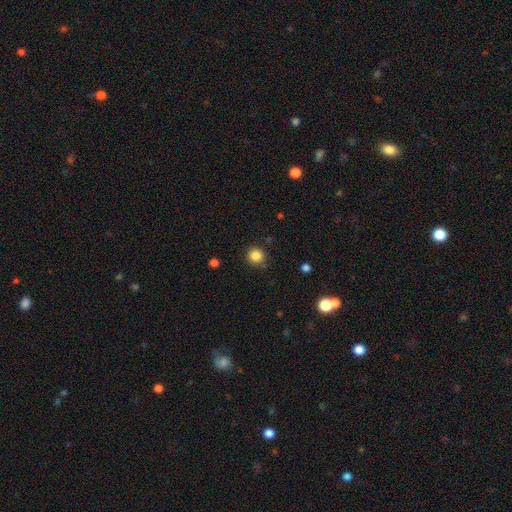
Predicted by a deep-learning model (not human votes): smooth-or-featured: smooth: 85% | star or artifact: 11% | featured or disk: 4%
  how-rounded: round: 93% | in between: 6% | cigar-shaped: 1%
  merging: none: 87% | minor disturbance: 8% | major disturbance: 2% | merger: 2%